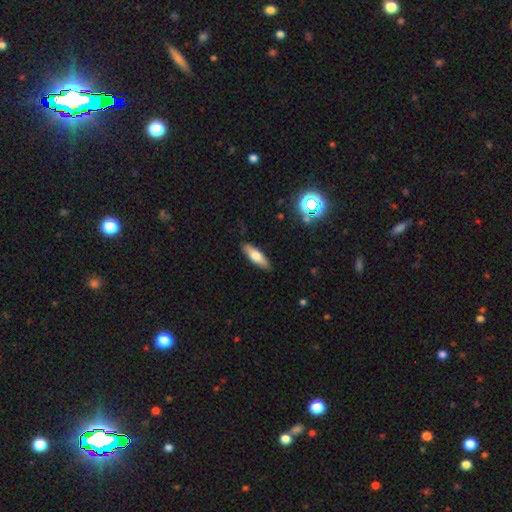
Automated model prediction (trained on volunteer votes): Smooth or featured?
  - smooth: 62% *
  - featured or disk: 30%
  - star or artifact: 7%
How rounded?
  - cigar-shaped: 50% *
  - in between: 47%
  - round: 2%
Merging?
  - none: 88% *
  - minor disturbance: 9%
  - major disturbance: 2%
  - merger: 1%